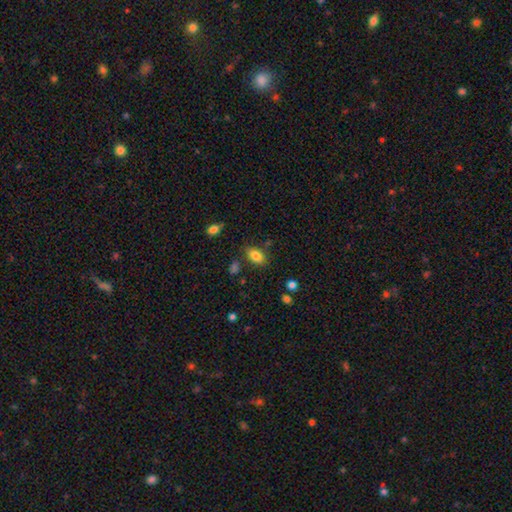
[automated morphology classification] Smooth or featured: smooth — 84% (star or artifact — 9%)
How rounded: in between — 89% (round — 9%)
Merging: none — 79% (minor disturbance — 13%)